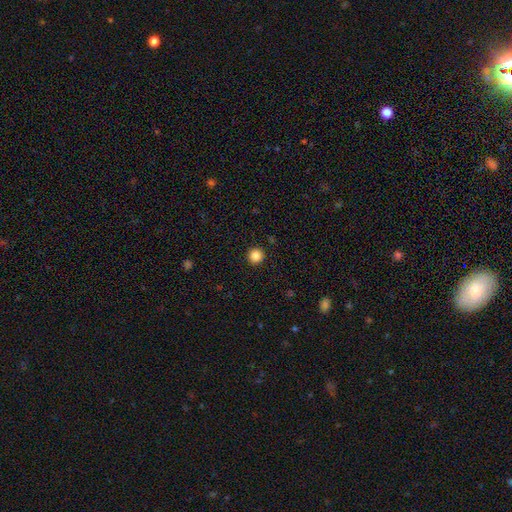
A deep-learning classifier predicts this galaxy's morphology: type=smooth (85%); roundness=round (95%); merging=none (93%).